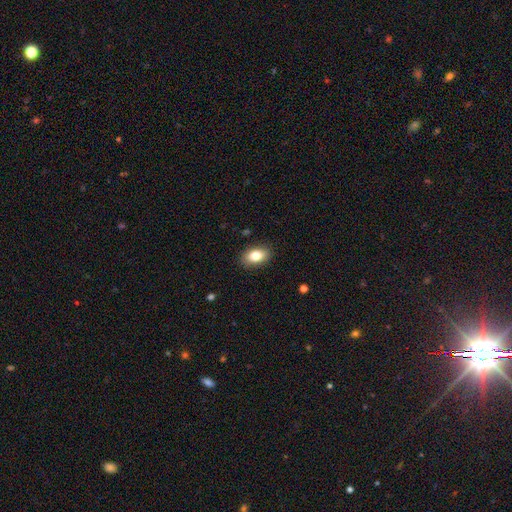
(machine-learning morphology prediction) Overall: smooth (81%). How rounded: in between (89%). Merging: none (87%).